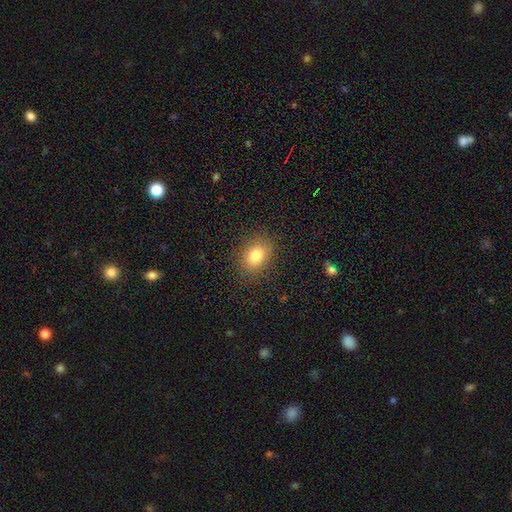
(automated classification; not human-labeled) Smooth or featured? smooth (81%)
How rounded? in between (61%)
Merging? none (86%)